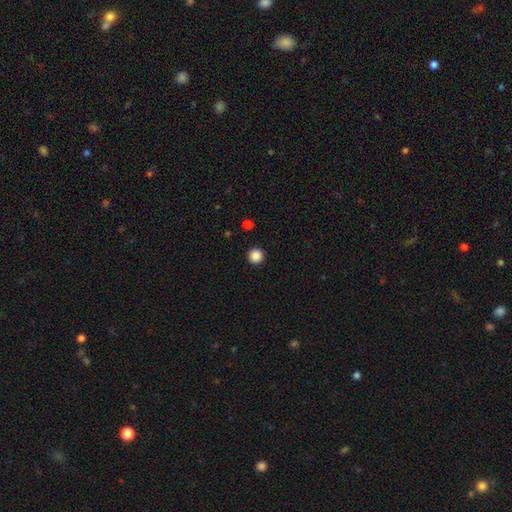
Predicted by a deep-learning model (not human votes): Smooth or featured?
  - smooth: 87% *
  - star or artifact: 10%
  - featured or disk: 2%
How rounded?
  - round: 96% *
  - in between: 3%
  - cigar-shaped: 1%
Merging?
  - none: 93% *
  - minor disturbance: 4%
  - major disturbance: 2%
  - merger: 1%